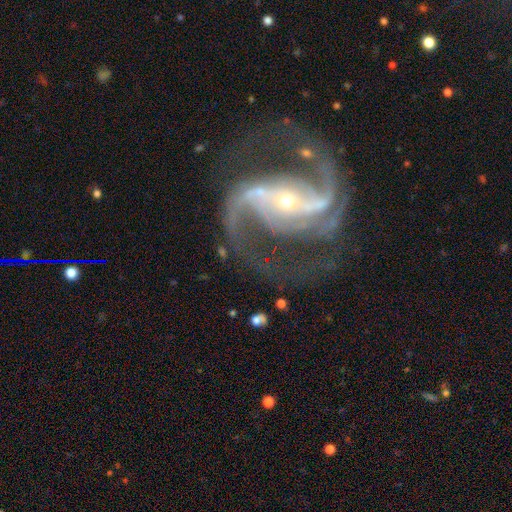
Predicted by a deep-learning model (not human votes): smooth_or_featured: featured or disk (p=0.92) [alt: star or artifact p=0.05]
disk_edge_on: no (p=0.98) [alt: yes p=0.02]
bar: strong (p=0.49) [alt: weak p=0.27]
has_spiral_arms: yes (p=0.98) [alt: no p=0.02]
spiral_winding: medium (p=0.58) [alt: loose p=0.27]
spiral_arm_count: 2 (p=0.90) [alt: 3 p=0.03]
bulge_size: small (p=0.73) [alt: moderate p=0.23]
merging: none (p=0.73) [alt: minor disturbance p=0.14]